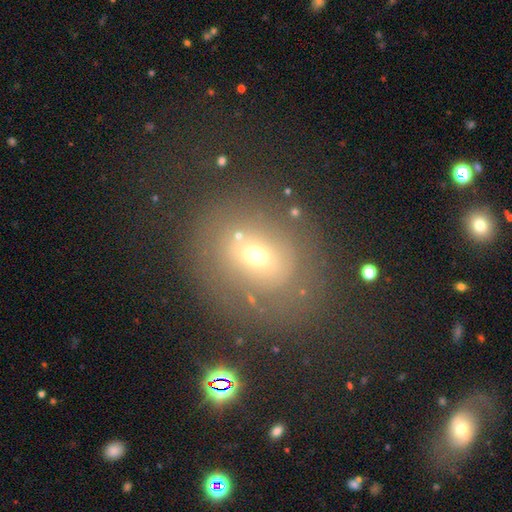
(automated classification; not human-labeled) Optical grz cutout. It shows a smooth galaxy with no disk features (49%). Merging: none (66%).